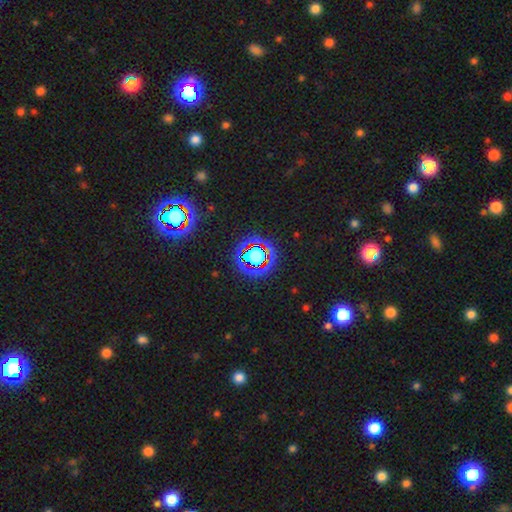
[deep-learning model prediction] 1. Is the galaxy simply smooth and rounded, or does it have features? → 65% star or artifact, 23% smooth, 12% featured or disk.